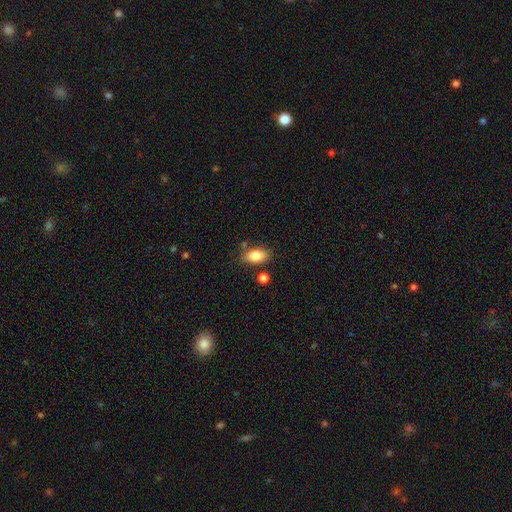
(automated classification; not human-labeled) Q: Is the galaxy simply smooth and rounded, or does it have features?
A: smooth — 83%.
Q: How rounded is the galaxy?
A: in between — 90%.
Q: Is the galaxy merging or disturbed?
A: none — 77%.